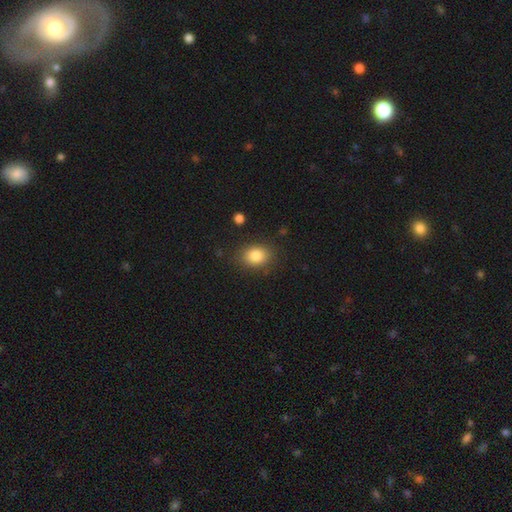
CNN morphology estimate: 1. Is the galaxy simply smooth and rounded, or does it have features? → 84% smooth, 9% star or artifact, 7% featured or disk.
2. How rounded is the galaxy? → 60% in between, 39% round, 1% cigar-shaped.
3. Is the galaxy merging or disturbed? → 83% none, 12% minor disturbance, 4% major disturbance, 2% merger.